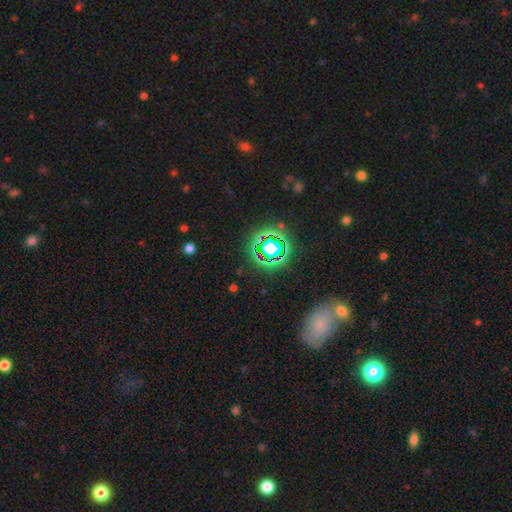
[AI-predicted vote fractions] Smooth or featured: star or artifact — 74% (smooth — 16%)